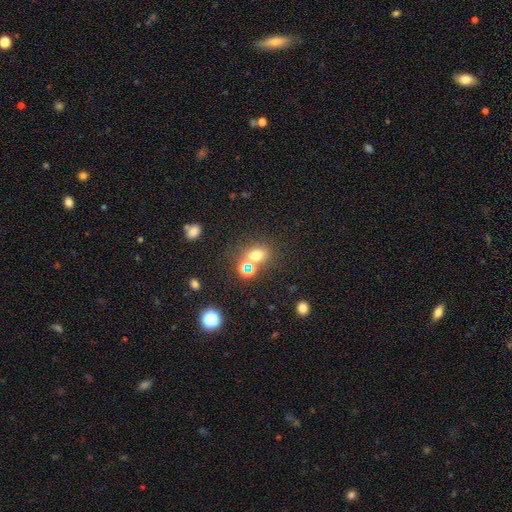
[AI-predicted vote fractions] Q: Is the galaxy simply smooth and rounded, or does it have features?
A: smooth — 63%.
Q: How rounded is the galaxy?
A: round — 54%.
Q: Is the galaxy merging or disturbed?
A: none — 64%.